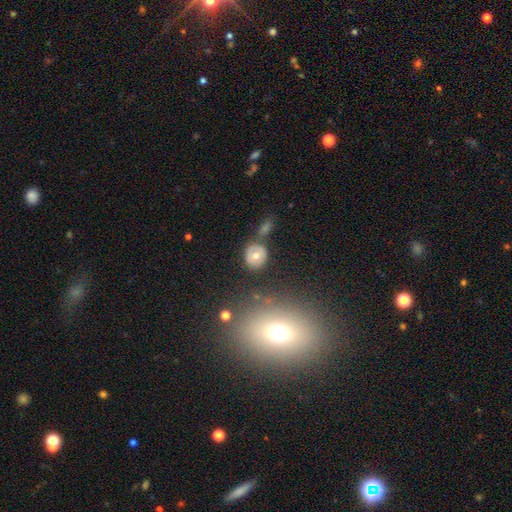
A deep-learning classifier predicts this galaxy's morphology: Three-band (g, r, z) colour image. It shows a smooth galaxy with no disk features (62%) that is round (85%). Merging: none (72%).